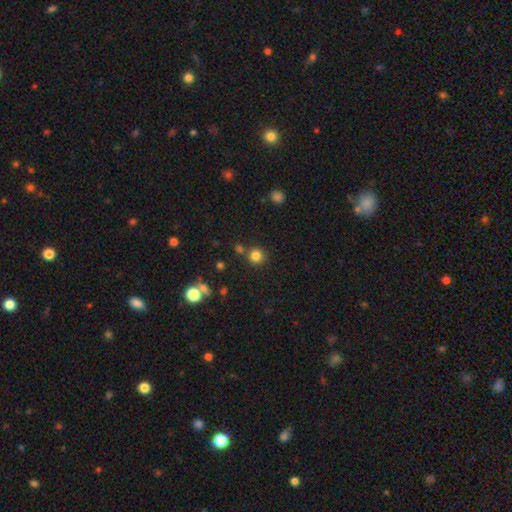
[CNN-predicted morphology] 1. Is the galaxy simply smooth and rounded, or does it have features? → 81% smooth, 14% star or artifact, 5% featured or disk.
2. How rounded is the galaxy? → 93% round, 6% in between, 1% cigar-shaped.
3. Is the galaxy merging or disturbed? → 80% none, 10% merger, 8% minor disturbance, 3% major disturbance.